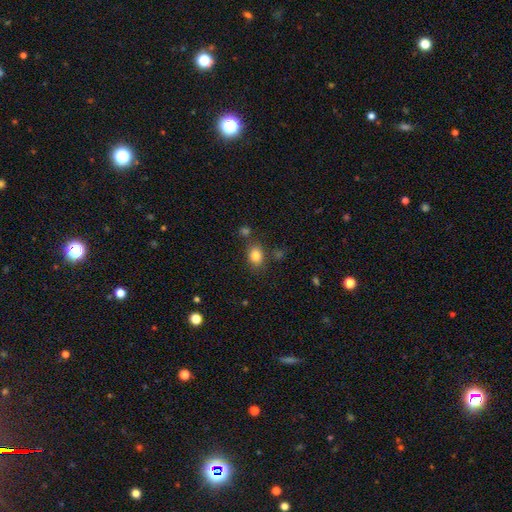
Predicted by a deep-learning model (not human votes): This is clearly a smooth galaxy (83%). How rounded: possibly in between (58%). Merging: likely none (76%).